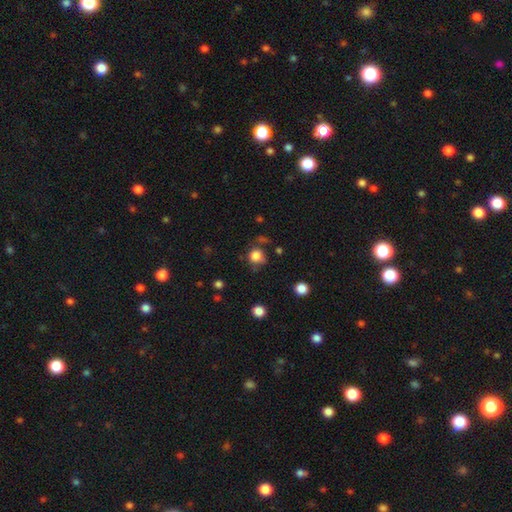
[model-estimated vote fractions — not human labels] Smooth or featured: smooth — 82% (star or artifact — 12%)
How rounded: round — 82% (in between — 17%)
Merging: none — 63% (minor disturbance — 22%)